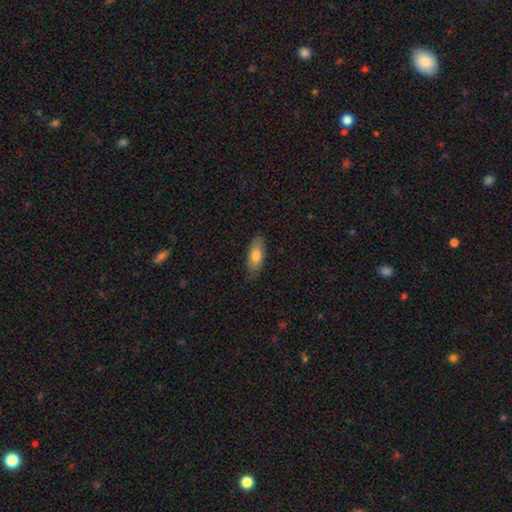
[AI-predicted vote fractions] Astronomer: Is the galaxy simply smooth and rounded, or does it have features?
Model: smooth — 77%.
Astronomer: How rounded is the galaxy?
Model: in between — 77%.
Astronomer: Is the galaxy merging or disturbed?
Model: none — 83%.